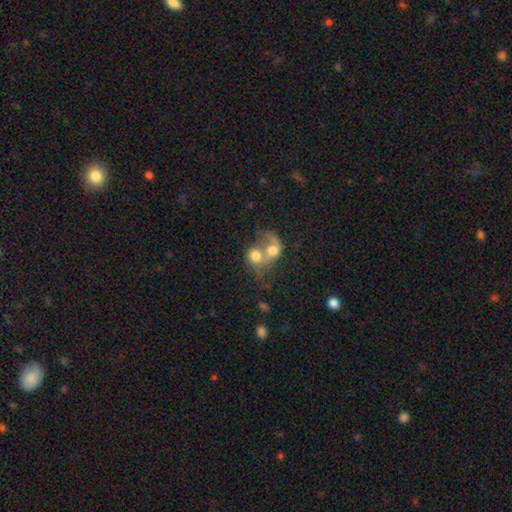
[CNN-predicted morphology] smooth-or-featured: smooth: 60% | featured or disk: 31% | star or artifact: 9%
  how-rounded: round: 62% | in between: 37% | cigar-shaped: 1%
  merging: merger: 80% | none: 8% | major disturbance: 7% | minor disturbance: 4%